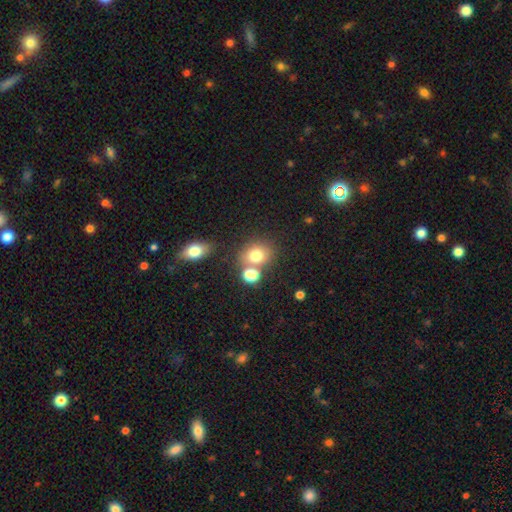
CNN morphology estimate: smooth-or-featured: smooth: 76% | star or artifact: 12% | featured or disk: 11%
  how-rounded: round: 62% | in between: 37% | cigar-shaped: 1%
  merging: none: 52% | merger: 32% | minor disturbance: 11% | major disturbance: 5%